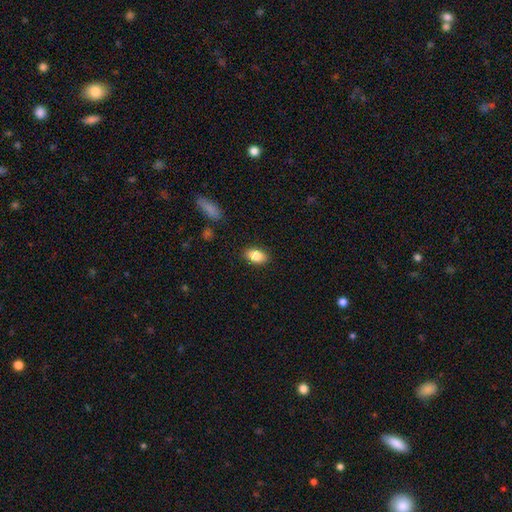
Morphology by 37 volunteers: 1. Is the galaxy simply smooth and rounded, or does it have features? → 81% smooth, 11% star or artifact, 8% featured or disk.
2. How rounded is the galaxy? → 90% in between, 10% round, 0% cigar-shaped.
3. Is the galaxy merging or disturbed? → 82% none, 9% major disturbance, 6% minor disturbance, 3% merger.